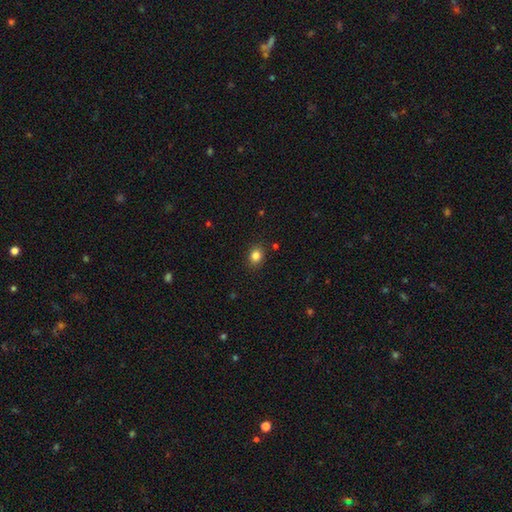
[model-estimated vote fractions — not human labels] A smooth galaxy with no disk features (83%) that is round (52%).

Vote fractions:
- Smooth or featured? smooth: 83% / star or artifact: 11% / featured or disk: 6%
- How rounded? round: 52% / in between: 47% / cigar-shaped: 1%
- Merging? none: 88% / minor disturbance: 9% / major disturbance: 2% / merger: 1%